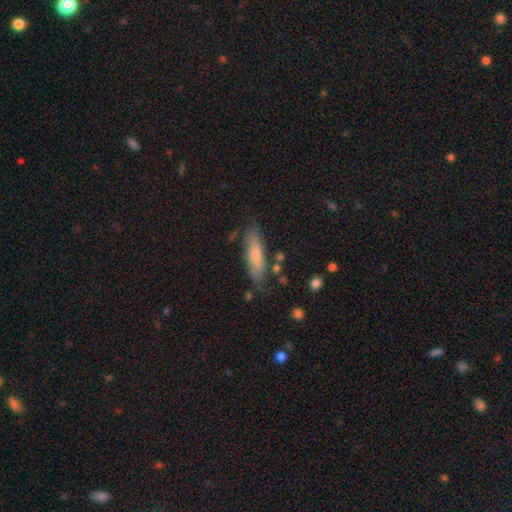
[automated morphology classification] smooth-or-featured: smooth: 70% | featured or disk: 24% | star or artifact: 6%
  how-rounded: cigar-shaped: 60% | in between: 38% | round: 2%
  merging: none: 75% | minor disturbance: 17% | major disturbance: 4% | merger: 4%